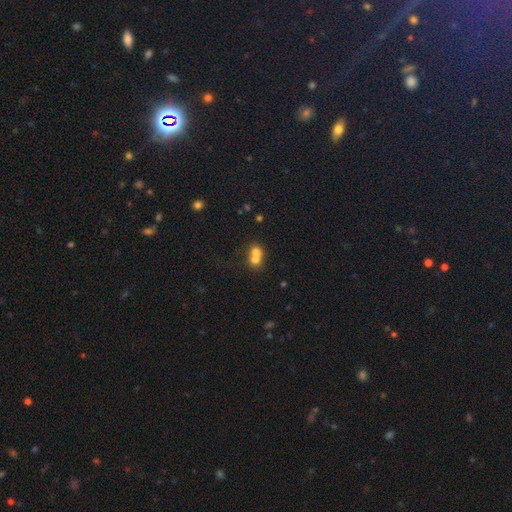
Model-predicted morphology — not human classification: The model was most divided on "how rounded": round: 69%, in between: 30%, cigar-shaped: 1%. More confident: merging — merger (70%); smooth or featured — smooth (68%).